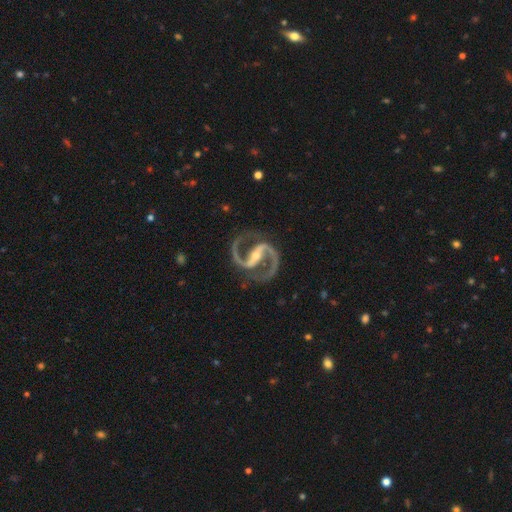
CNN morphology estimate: A featured or disk galaxy (95%) with a strong bar (69%), 2 (95%) medium (68%) spiral arms (99%) and a small central bulge (60%). Merging: none (83%).